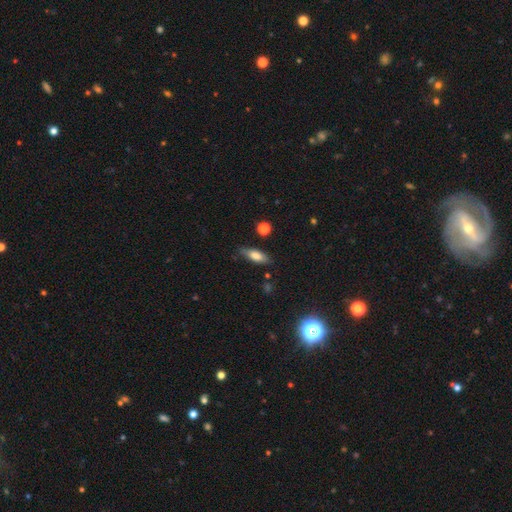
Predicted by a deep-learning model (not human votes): Morphology: type=smooth (73%); roundness=in between (66%); merging=none (73%).